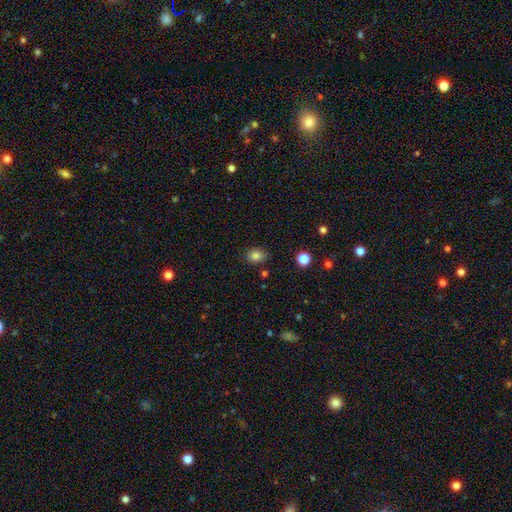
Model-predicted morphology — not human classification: A smooth galaxy with no disk features (82%) that is in between round and cigar-shaped (59%). Merging: none (83%).